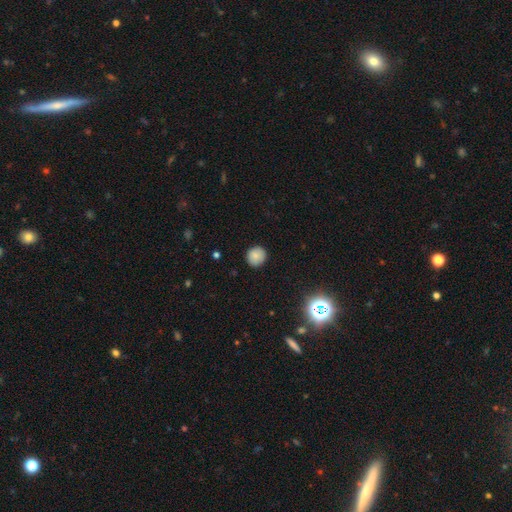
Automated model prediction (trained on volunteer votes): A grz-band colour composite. It shows a smooth galaxy with no disk features (83%) that is round (90%). Merging: none (87%).